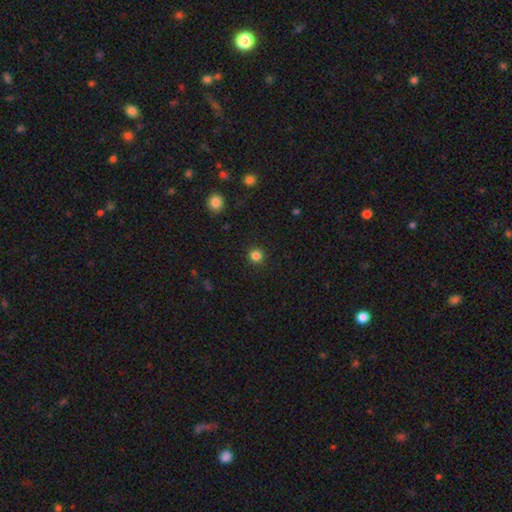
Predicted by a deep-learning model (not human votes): smooth_or_featured: smooth (p=0.83) [alt: star or artifact p=0.14]
how_rounded: round (p=0.94) [alt: in between p=0.05]
merging: none (p=0.92) [alt: minor disturbance p=0.05]